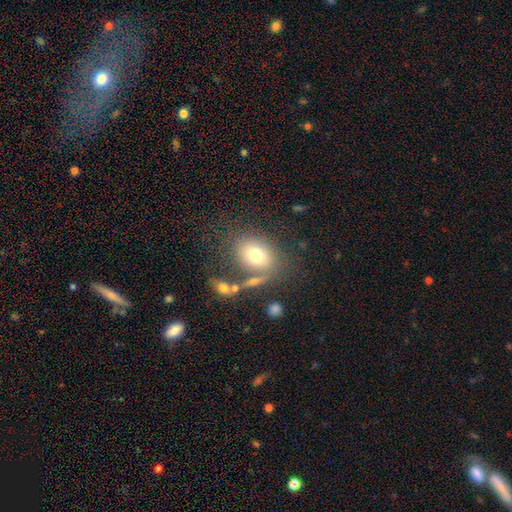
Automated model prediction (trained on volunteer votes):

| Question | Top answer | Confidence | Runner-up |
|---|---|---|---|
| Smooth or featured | smooth | 72% | featured or disk (17%) |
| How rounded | in between | 56% | round (42%) |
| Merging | none | 61% | minor disturbance (15%) |